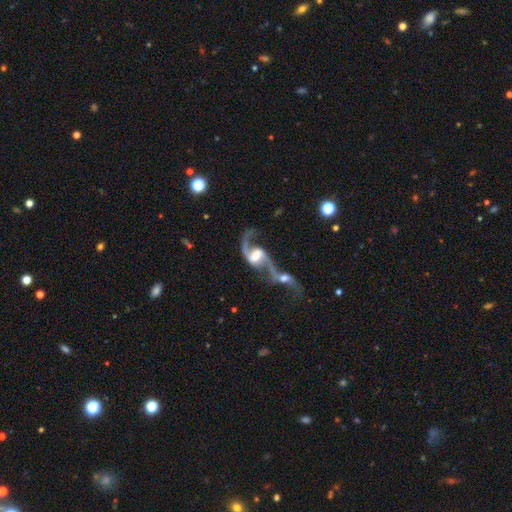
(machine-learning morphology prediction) Smooth or featured? Predicted: featured or disk (p=0.89). Edge-on disk? Predicted: no (p=0.96). Bar? Predicted: weak (p=0.46). Spiral arms? Predicted: yes (p=0.96). Spiral winding? Predicted: loose (p=0.68). Spiral arm count? Predicted: 2 (p=0.89). Bulge size? Predicted: moderate (p=0.53). Merging? Predicted: merger (p=0.59).